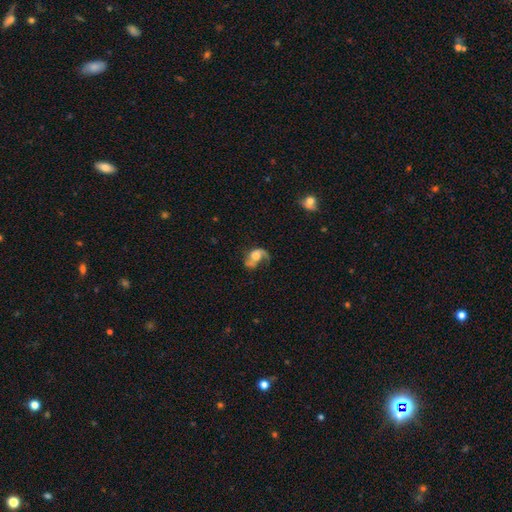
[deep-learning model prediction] smooth-or-featured: featured or disk: 67% | smooth: 24% | star or artifact: 9%
  disk-edge-on: no: 97% | yes: 3%
    bar: no: 69% | weak: 26% | strong: 6%
    has-spiral-arms: yes: 85% | no: 15%
      spiral-winding: loose: 65% | medium: 28% | tight: 7%
      spiral-arm-count: 2: 66% | 1: 27% | can't tell: 4% | 3: 1% | 4: 1% | more than 4: 1%
    bulge-size: moderate: 36% | large: 30% | small: 17% | none: 13% | dominant: 5%
  merging: none: 39% | major disturbance: 33% | minor disturbance: 21% | merger: 7%